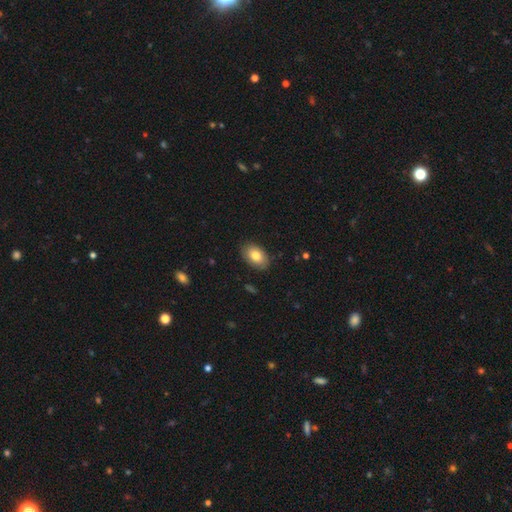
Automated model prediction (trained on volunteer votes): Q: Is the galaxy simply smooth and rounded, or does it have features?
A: smooth — 80%.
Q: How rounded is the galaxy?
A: in between — 90%.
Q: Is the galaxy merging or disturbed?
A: none — 86%.